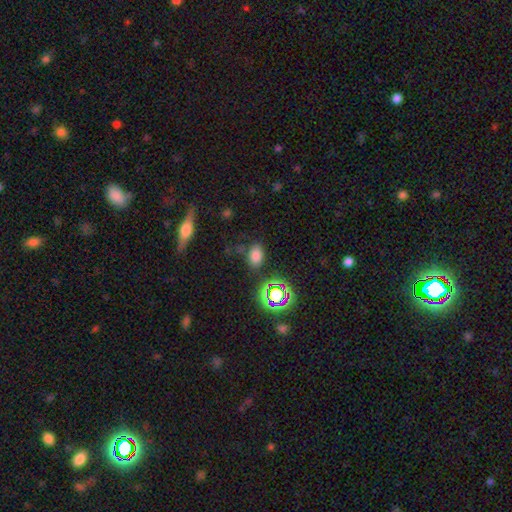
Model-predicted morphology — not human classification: This is likely a smooth galaxy (73%). How rounded: likely in between (80%). Merging: likely none (77%).